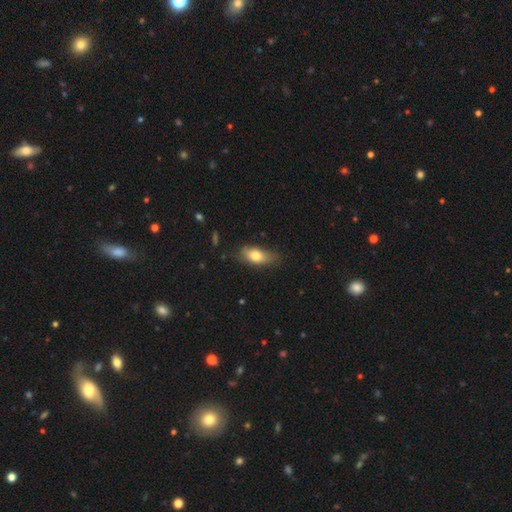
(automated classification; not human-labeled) Q: Smooth or featured?
A: smooth (75%); runner-up: featured or disk (18%)
Q: How rounded?
A: in between (81%); runner-up: cigar-shaped (14%)
Q: Merging?
A: none (67%); runner-up: minor disturbance (26%)